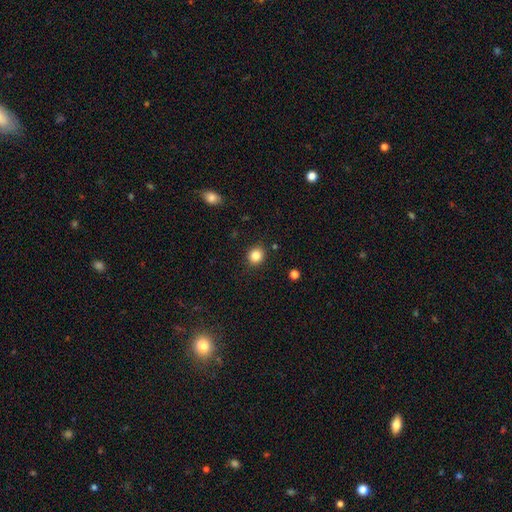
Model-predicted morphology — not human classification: The model was most divided on "how rounded": round: 79%, in between: 20%, cigar-shaped: 1%. More confident: merging — none (88%); smooth or featured — smooth (84%).